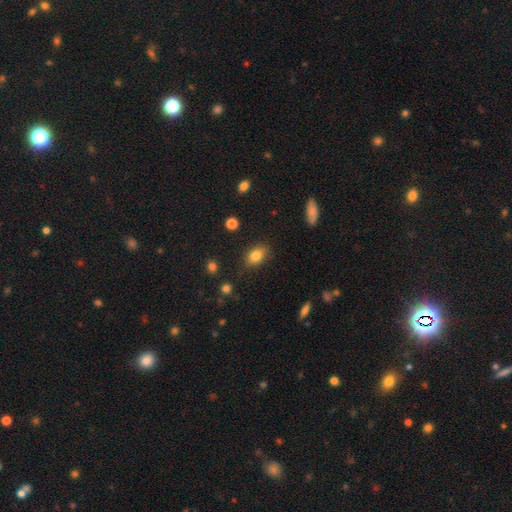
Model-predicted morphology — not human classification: This is clearly a smooth galaxy (82%). How rounded: likely in between (79%). Merging: clearly none (81%).